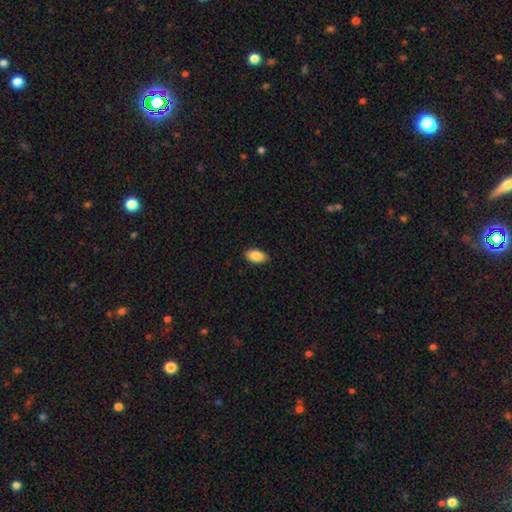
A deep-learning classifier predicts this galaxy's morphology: The model was most divided on "merging": none: 89%, minor disturbance: 9%, major disturbance: 2%, merger: 1%. More confident: how rounded — in between (93%); smooth or featured — smooth (87%).